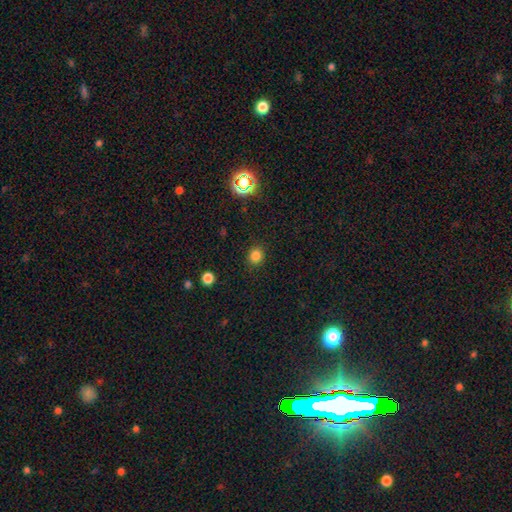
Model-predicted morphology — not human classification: A smooth galaxy with no disk features (81%) that is round (80%).

Vote fractions:
- Smooth or featured? smooth: 81% / star or artifact: 15% / featured or disk: 4%
- How rounded? round: 80% / in between: 19% / cigar-shaped: 1%
- Merging? none: 90% / minor disturbance: 7% / major disturbance: 2% / merger: 1%